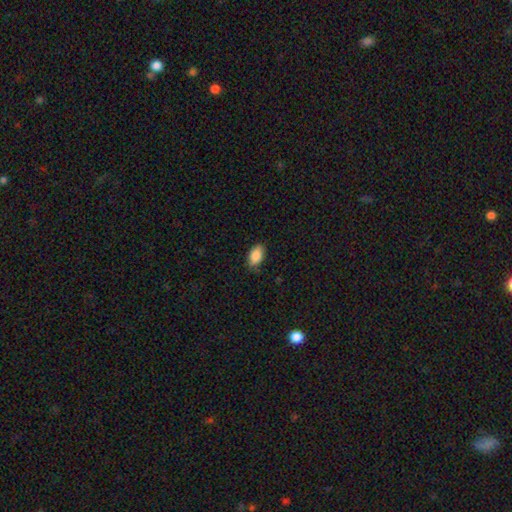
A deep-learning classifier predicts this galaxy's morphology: smooth 88%, star or artifact 7%, featured or disk 5%. Down the decision tree: how rounded — in between (93%); merging — none (83%).